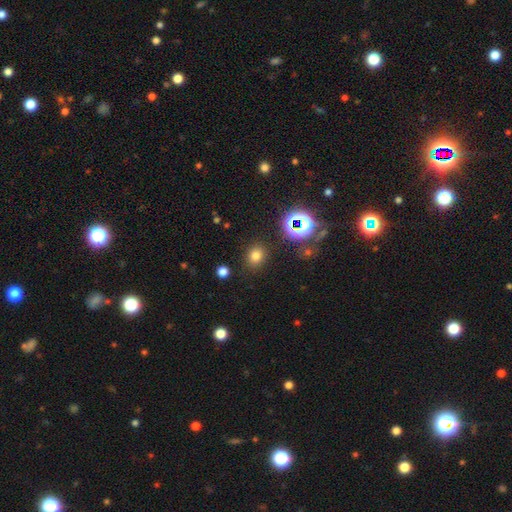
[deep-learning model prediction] The model was most divided on "how rounded": round: 69%, in between: 30%, cigar-shaped: 1%. More confident: merging — none (87%); smooth or featured — smooth (74%).